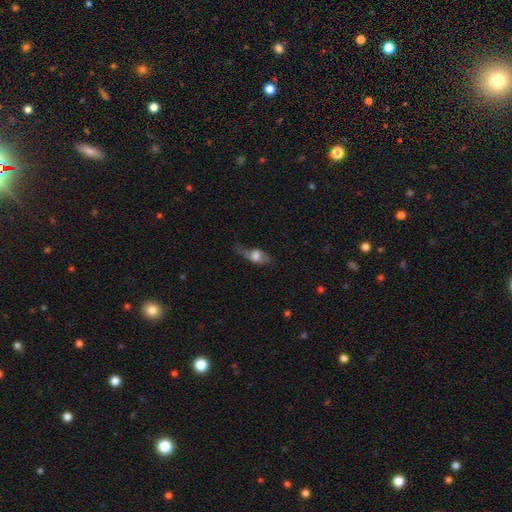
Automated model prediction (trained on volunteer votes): A smooth galaxy with no disk features (55%) that is in between round and cigar-shaped (76%). Merging: major disturbance (34%).